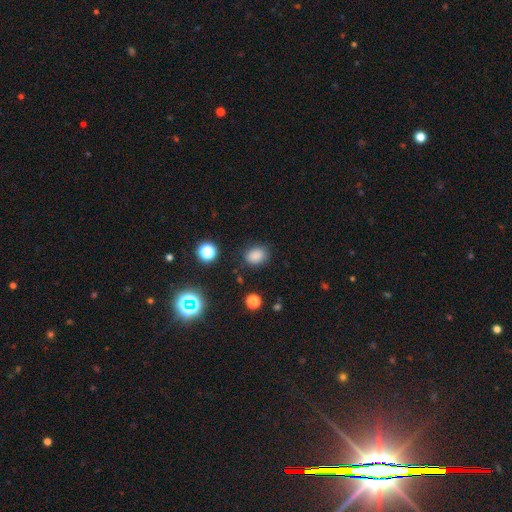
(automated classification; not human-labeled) This is clearly a smooth galaxy (83%). How rounded: possibly in between (58%). Merging: clearly none (82%).